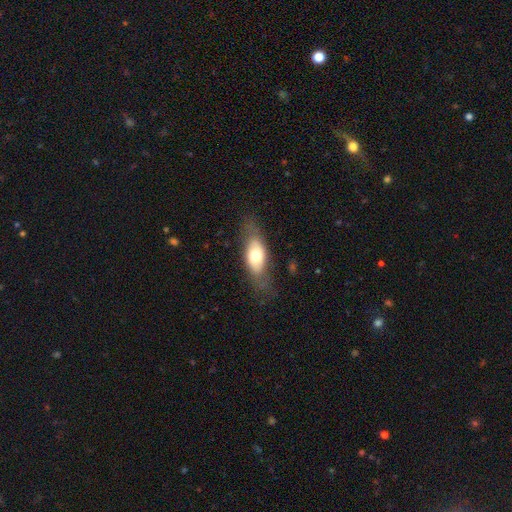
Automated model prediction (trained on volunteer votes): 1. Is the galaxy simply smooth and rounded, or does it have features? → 61% smooth, 33% featured or disk, 6% star or artifact.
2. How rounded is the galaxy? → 81% in between, 14% cigar-shaped, 4% round.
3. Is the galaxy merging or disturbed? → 69% none, 20% minor disturbance, 9% major disturbance, 1% merger.